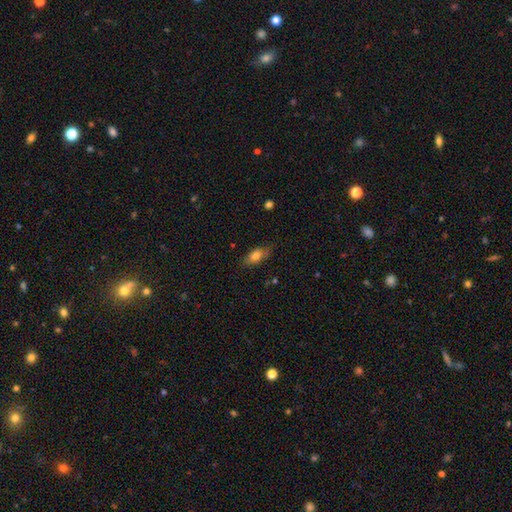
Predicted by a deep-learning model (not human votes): This appears to be a smooth galaxy with no disk features (76%) that is in between round and cigar-shaped (81%). Merging: none (76%).